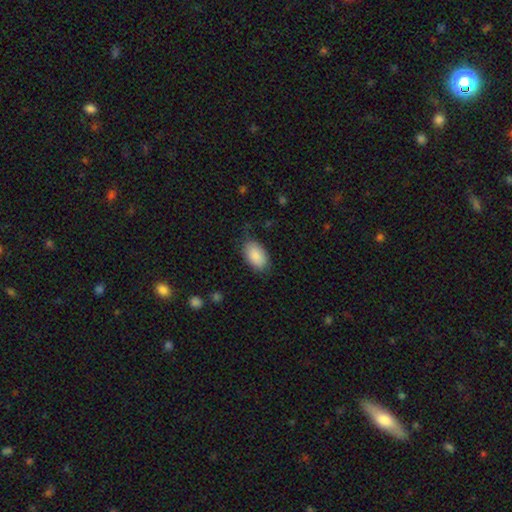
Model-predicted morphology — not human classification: Q: Smooth or featured?
A: smooth (88%); runner-up: star or artifact (6%)
Q: How rounded?
A: in between (93%); runner-up: round (5%)
Q: Merging?
A: none (76%); runner-up: minor disturbance (18%)